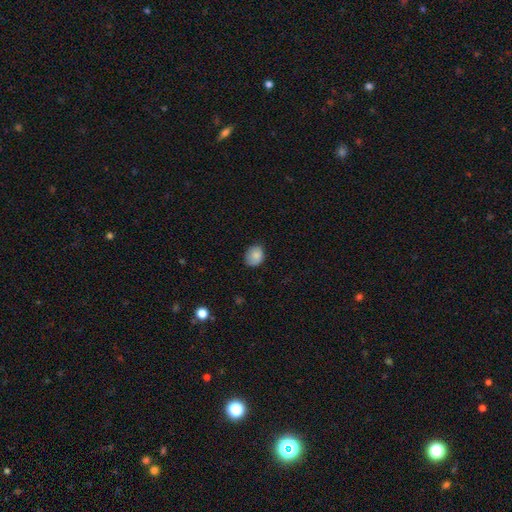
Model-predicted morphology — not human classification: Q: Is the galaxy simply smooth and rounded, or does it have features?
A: smooth — 85%.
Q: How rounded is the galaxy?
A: in between — 54%.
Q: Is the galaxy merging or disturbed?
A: none — 74%.